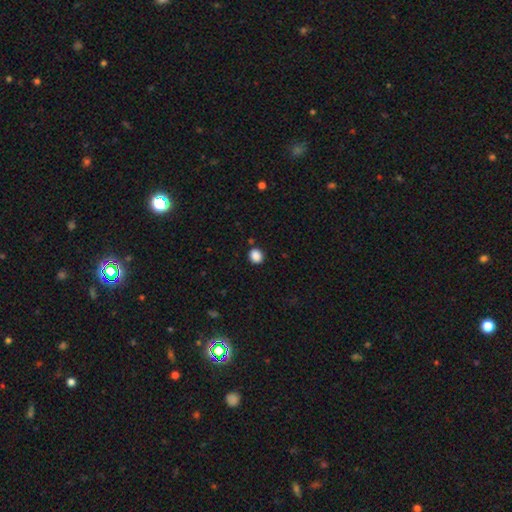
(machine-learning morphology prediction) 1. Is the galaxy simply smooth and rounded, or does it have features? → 87% smooth, 10% star or artifact, 3% featured or disk.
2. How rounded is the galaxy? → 61% round, 38% in between, 1% cigar-shaped.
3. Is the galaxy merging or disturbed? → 85% none, 10% minor disturbance, 3% major disturbance, 2% merger.